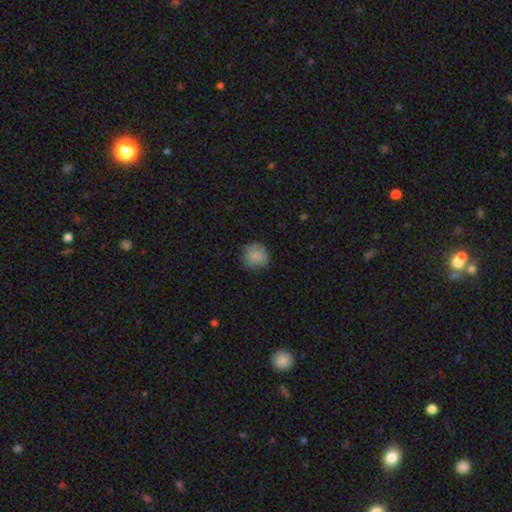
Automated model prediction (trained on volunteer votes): Smooth or featured?
  - smooth: 83% *
  - star or artifact: 9%
  - featured or disk: 8%
How rounded?
  - round: 92% *
  - in between: 7%
  - cigar-shaped: 1%
Merging?
  - none: 79% *
  - minor disturbance: 16%
  - major disturbance: 4%
  - merger: 1%